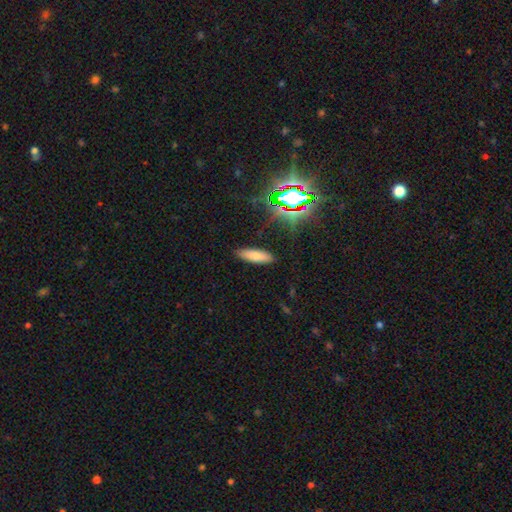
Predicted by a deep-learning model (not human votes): The model was most divided on "how rounded": in between: 49%, cigar-shaped: 48%, round: 2%. More confident: merging — none (87%); smooth or featured — smooth (74%).